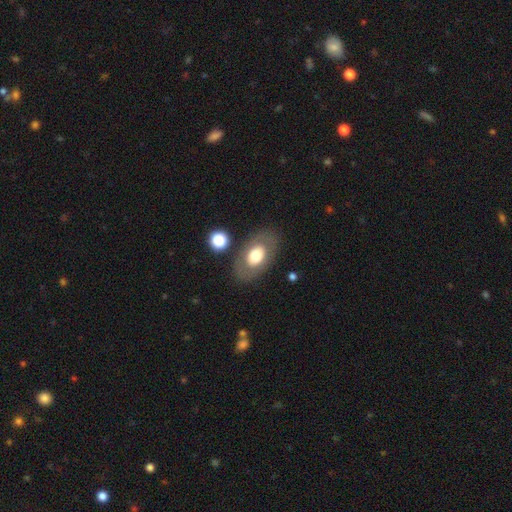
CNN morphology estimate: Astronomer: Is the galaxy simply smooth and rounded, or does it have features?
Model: smooth — 61%.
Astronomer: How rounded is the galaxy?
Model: in between — 87%.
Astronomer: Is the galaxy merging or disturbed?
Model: none — 81%.